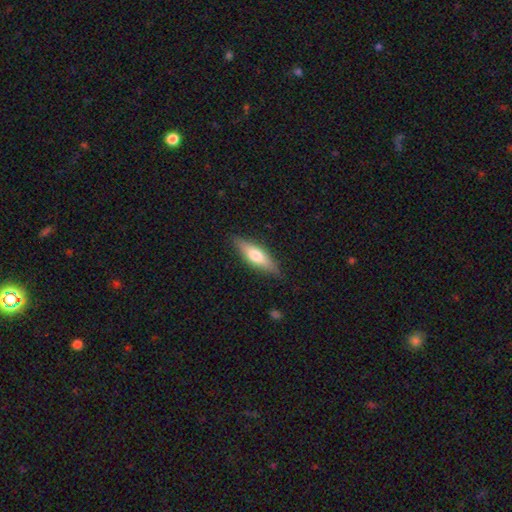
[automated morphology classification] Smooth or featured?
  - smooth: 53% *
  - featured or disk: 41%
  - star or artifact: 6%
How rounded?
  - cigar-shaped: 57% *
  - in between: 41%
  - round: 2%
Merging?
  - none: 86% *
  - minor disturbance: 11%
  - major disturbance: 2%
  - merger: 1%